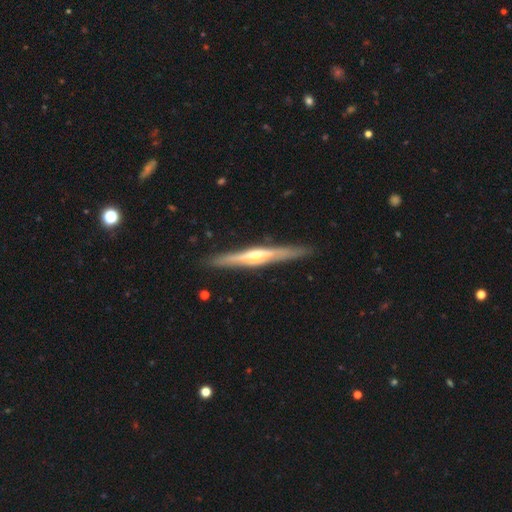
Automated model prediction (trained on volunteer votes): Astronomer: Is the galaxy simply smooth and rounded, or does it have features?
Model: featured or disk — 77%.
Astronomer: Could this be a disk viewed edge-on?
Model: yes — 97%.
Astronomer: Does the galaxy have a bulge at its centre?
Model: rounded — 85%.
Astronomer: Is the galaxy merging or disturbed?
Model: none — 89%.